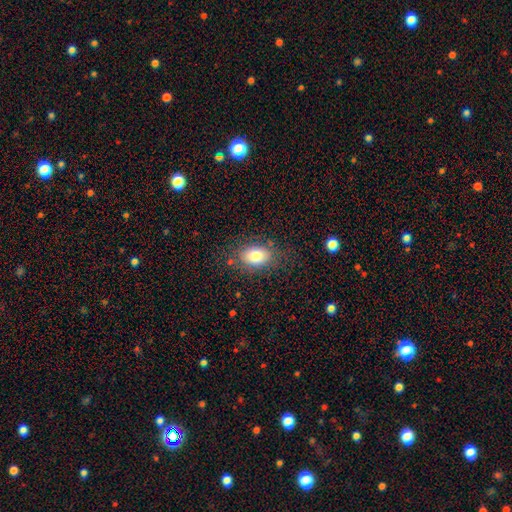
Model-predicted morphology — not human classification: This is likely a smooth galaxy (79%). How rounded: clearly in between (82%). Merging: likely none (78%).